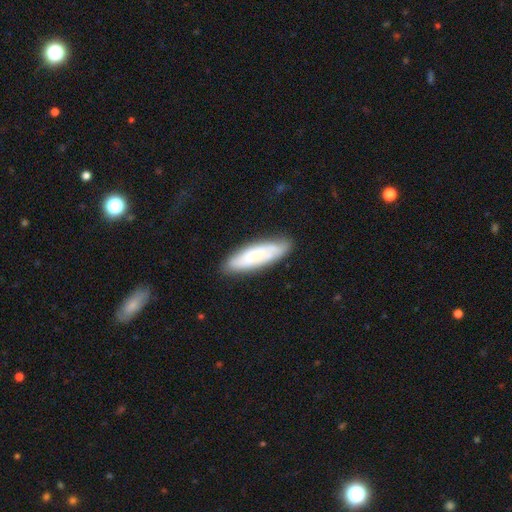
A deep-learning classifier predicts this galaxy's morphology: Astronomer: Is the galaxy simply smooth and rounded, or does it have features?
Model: smooth — 61%.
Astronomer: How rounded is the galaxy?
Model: cigar-shaped — 56% (runner-up: in between, 42%).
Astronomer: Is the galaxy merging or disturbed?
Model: none — 80%.